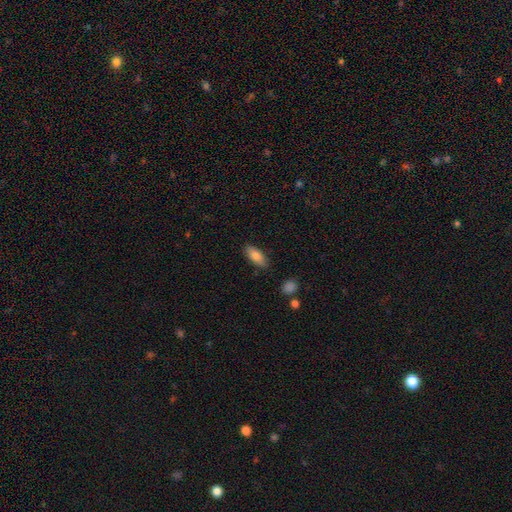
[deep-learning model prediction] smooth 81%, featured or disk 12%, star or artifact 7%. Down the decision tree: how rounded — in between (82%); merging — none (84%).